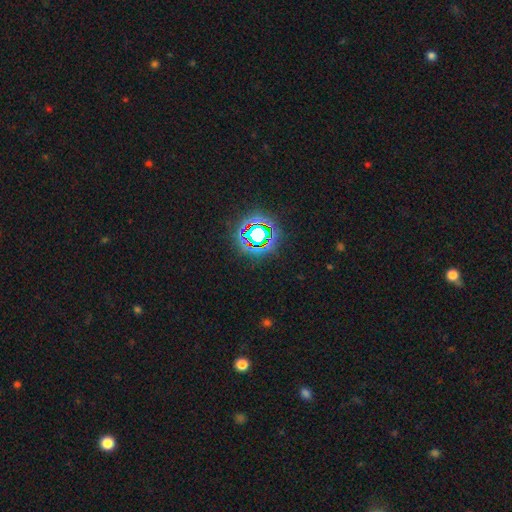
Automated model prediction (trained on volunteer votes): This is clearly a star or artifact rather than a galaxy (81%).